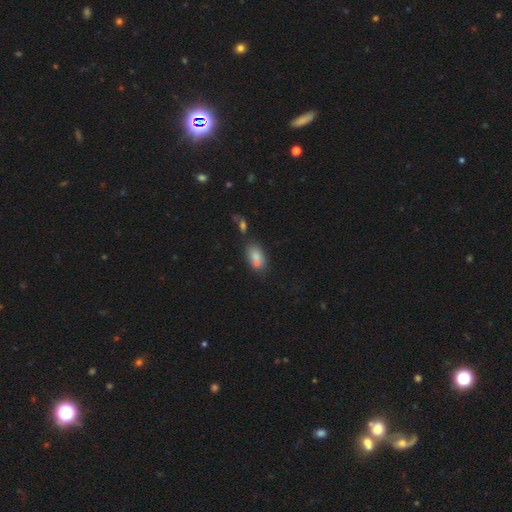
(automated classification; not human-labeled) Smooth or featured? smooth (77%)
How rounded? in between (83%)
Merging? none (49%)